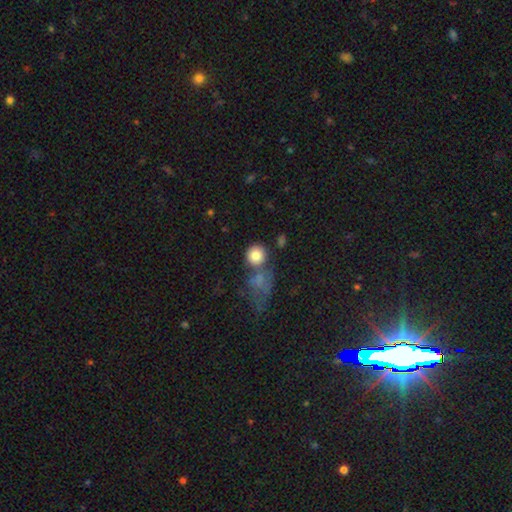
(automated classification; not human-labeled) A smooth galaxy with no disk features (82%) that is round (88%).

Vote fractions:
- Smooth or featured? smooth: 82% / star or artifact: 9% / featured or disk: 9%
- How rounded? round: 88% / in between: 10% / cigar-shaped: 1%
- Merging? none: 59% / merger: 24% / minor disturbance: 11% / major disturbance: 6%